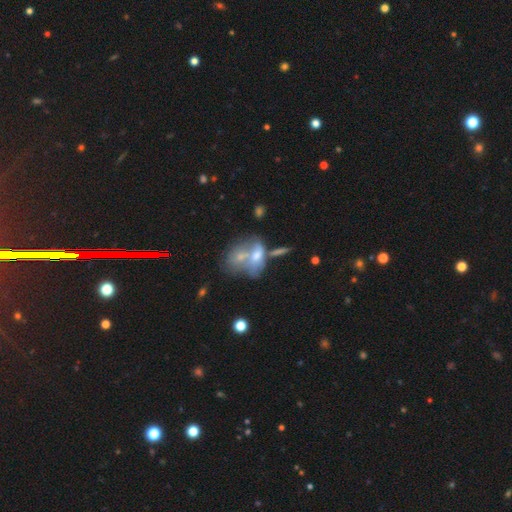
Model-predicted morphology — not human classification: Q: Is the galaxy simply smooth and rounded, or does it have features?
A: featured or disk — 45%.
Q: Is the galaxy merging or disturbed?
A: merger — 61%.